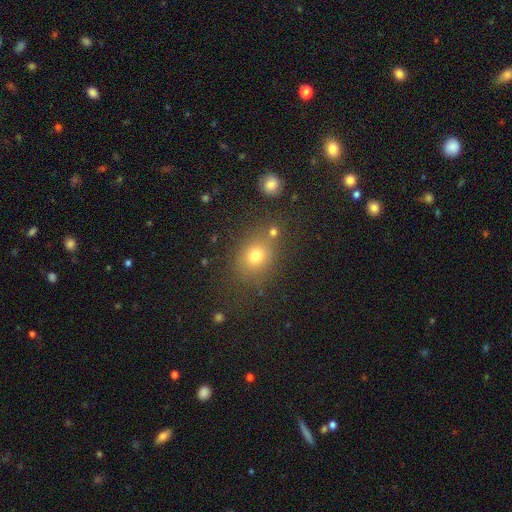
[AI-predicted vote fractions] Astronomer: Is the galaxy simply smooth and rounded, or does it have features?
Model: smooth — 72%.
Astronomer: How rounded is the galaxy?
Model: round — 54% (runner-up: in between, 44%).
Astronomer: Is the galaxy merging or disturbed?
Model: none — 74%.